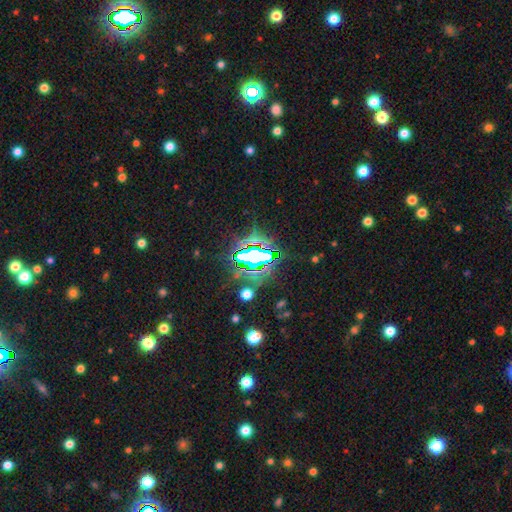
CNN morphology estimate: A star or artifact, not a galaxy (73%).